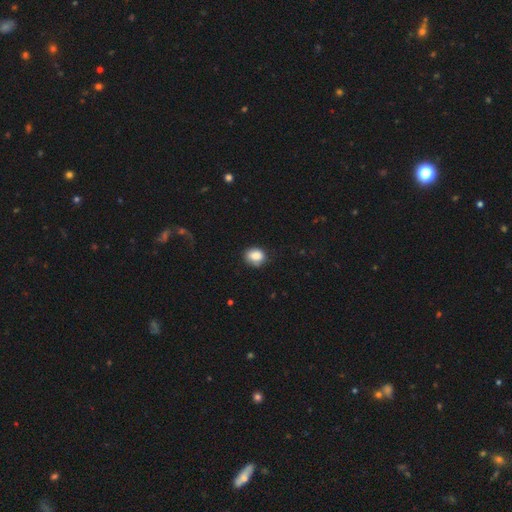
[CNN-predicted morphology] smooth_or_featured: smooth (p=0.86) [alt: star or artifact p=0.09]
how_rounded: round (p=0.54) [alt: in between p=0.45]
merging: none (p=0.70) [alt: minor disturbance p=0.23]